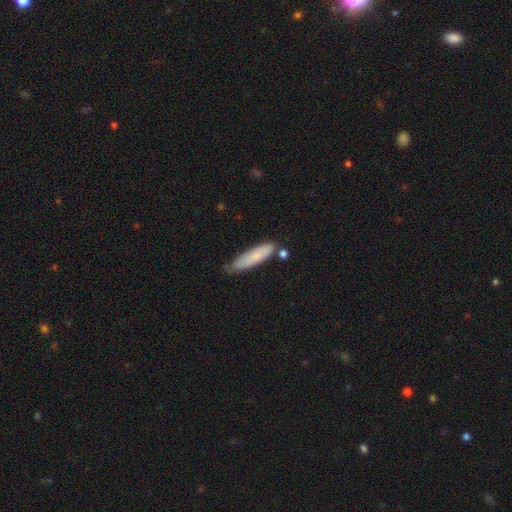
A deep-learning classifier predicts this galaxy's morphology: A smooth galaxy with no disk features (77%) that is cigar-shaped (73%). Merging: none (61%).